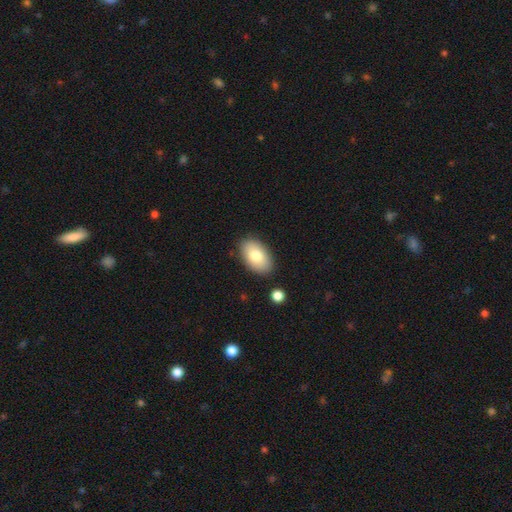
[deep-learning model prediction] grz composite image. It shows a smooth galaxy with no disk features (80%) that is in between round and cigar-shaped (93%). Merging: none (86%).